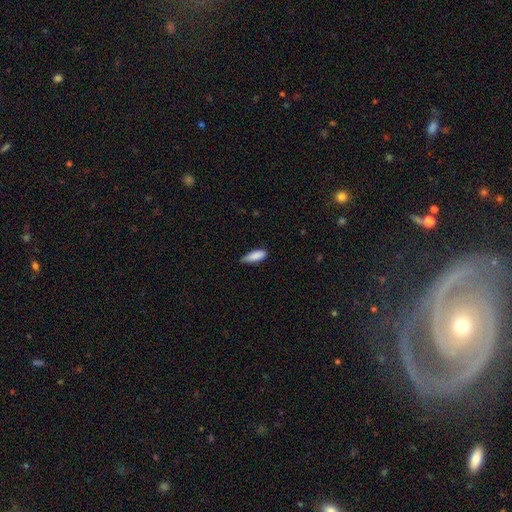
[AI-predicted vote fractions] A smooth galaxy with no disk features (87%) that is in between round and cigar-shaped (62%).

Vote fractions:
- Smooth or featured? smooth: 87% / star or artifact: 6% / featured or disk: 6%
- How rounded? in between: 62% / cigar-shaped: 37% / round: 2%
- Merging? none: 63% / minor disturbance: 32% / major disturbance: 4% / merger: 1%